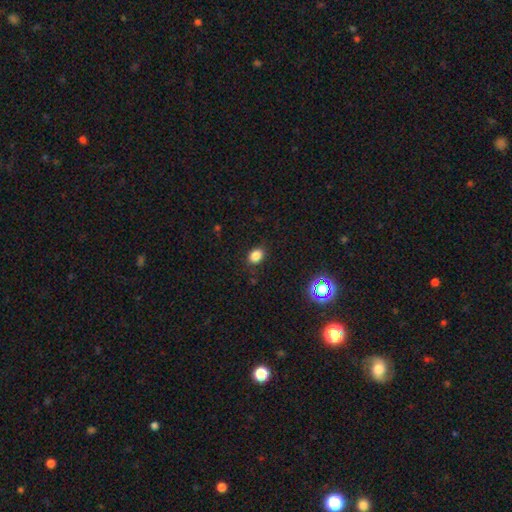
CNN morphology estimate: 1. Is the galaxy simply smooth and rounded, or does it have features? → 83% smooth, 13% star or artifact, 4% featured or disk.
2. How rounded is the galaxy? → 67% in between, 31% round, 1% cigar-shaped.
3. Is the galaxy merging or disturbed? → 83% none, 12% minor disturbance, 3% major disturbance, 1% merger.